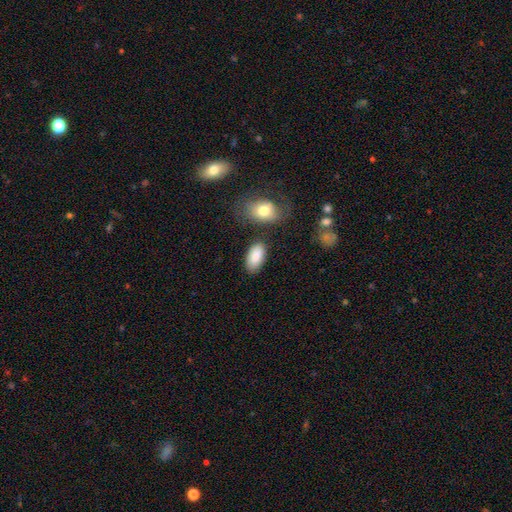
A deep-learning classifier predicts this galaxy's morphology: smooth_or_featured: smooth (p=0.87) [alt: featured or disk p=0.07]
how_rounded: in between (p=0.94) [alt: round p=0.03]
merging: none (p=0.77) [alt: minor disturbance p=0.13]